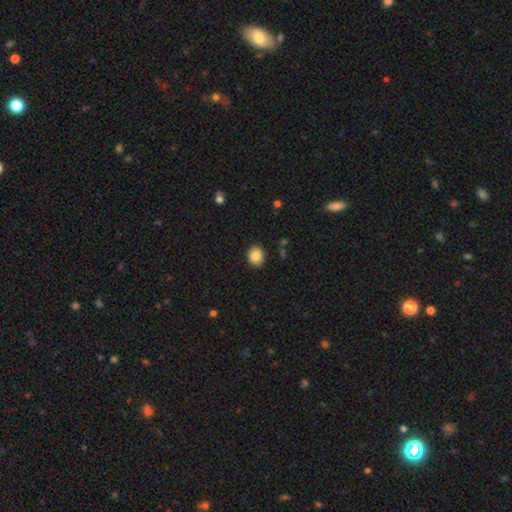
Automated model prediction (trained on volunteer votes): Overall: smooth (88%). How rounded: round (63%; in between 36%). Merging: none (89%).